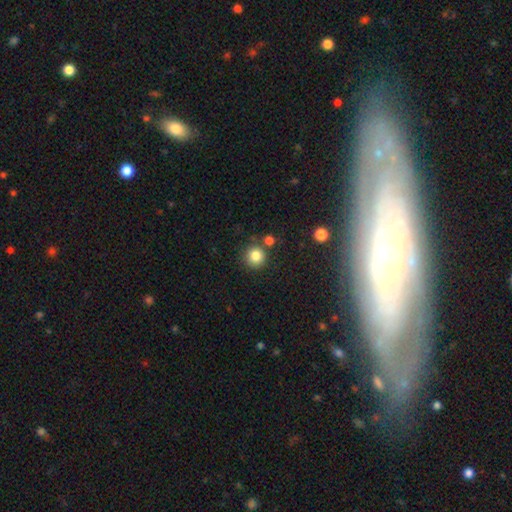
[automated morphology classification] A smooth galaxy with no disk features (83%) that is round (93%). Merging: none (77%).